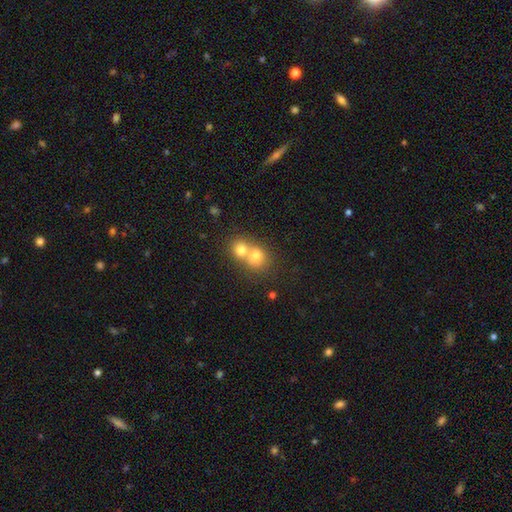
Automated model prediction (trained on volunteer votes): Q: Smooth or featured?
A: smooth (73%); runner-up: featured or disk (16%)
Q: How rounded?
A: round (76%); runner-up: in between (23%)
Q: Merging?
A: merger (66%); runner-up: none (27%)